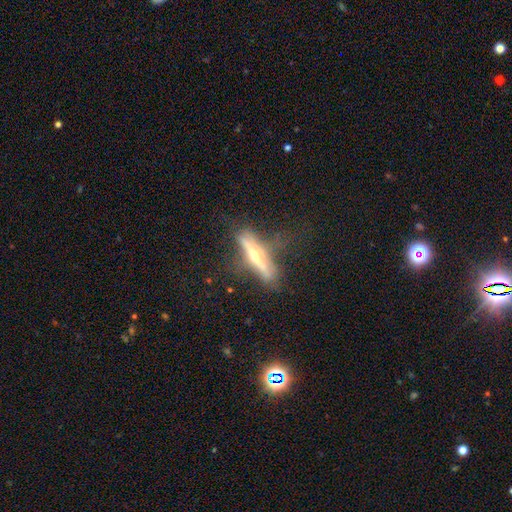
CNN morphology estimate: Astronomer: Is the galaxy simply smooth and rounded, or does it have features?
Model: featured or disk — 70%.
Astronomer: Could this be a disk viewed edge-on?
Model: yes — 92%.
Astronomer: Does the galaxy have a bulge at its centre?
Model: rounded — 84%.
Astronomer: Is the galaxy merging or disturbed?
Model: none — 67%.